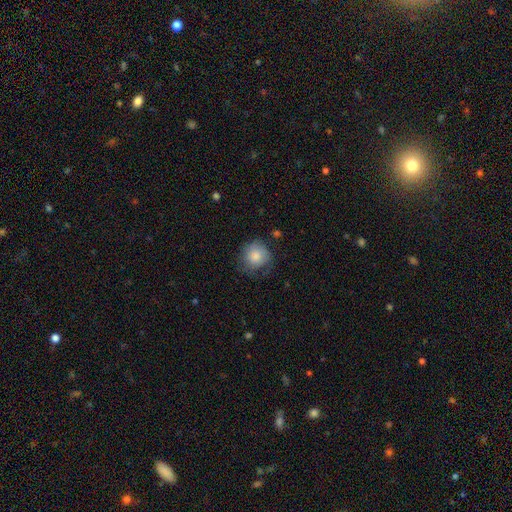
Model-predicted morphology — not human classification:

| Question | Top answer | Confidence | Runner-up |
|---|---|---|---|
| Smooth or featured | smooth | 79% | featured or disk (13%) |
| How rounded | round | 88% | in between (11%) |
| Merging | none | 59% | minor disturbance (28%) |